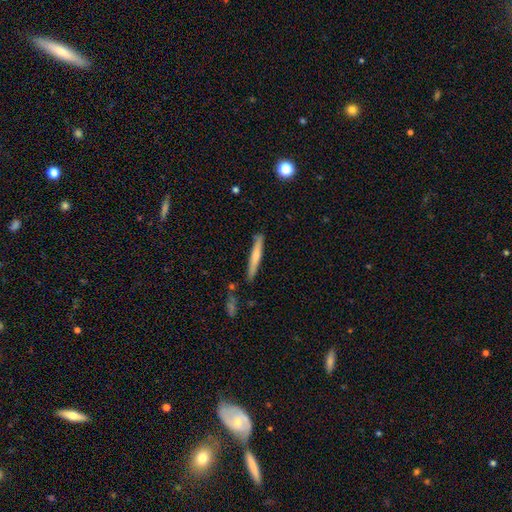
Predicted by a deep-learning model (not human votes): A smooth galaxy with no disk features (60%) that is cigar-shaped (95%). Merging: none (82%).